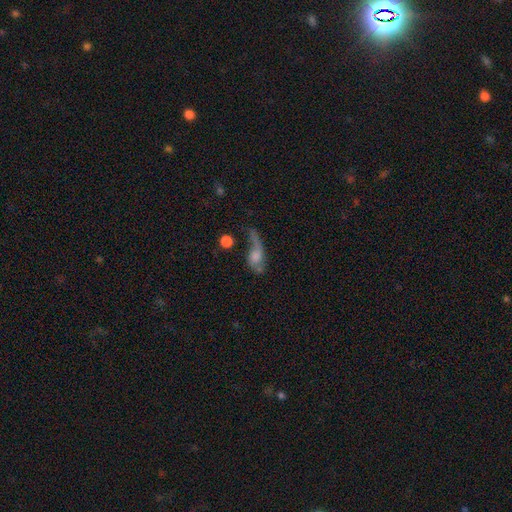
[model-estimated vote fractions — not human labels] Smooth or featured? Predicted: featured or disk (p=0.61). Edge-on disk? Predicted: no (p=0.87). Bar? Predicted: no (p=0.67). Spiral arms? Predicted: yes (p=0.82). Bulge size? Predicted: moderate (p=0.29). Merging? Predicted: major disturbance (p=0.35).